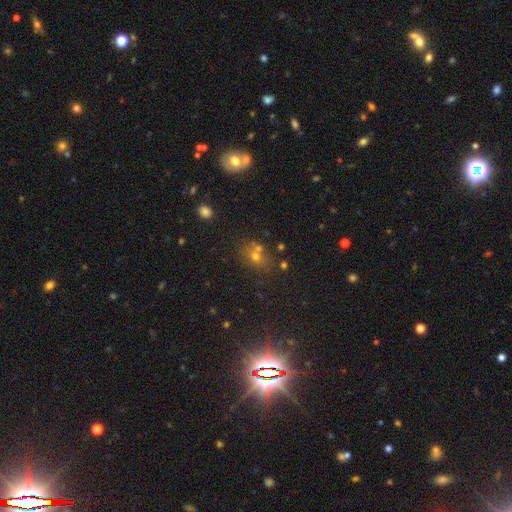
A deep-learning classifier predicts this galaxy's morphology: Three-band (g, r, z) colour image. It shows a smooth galaxy with no disk features (51%) that is round (58%). Merging: none (57%).